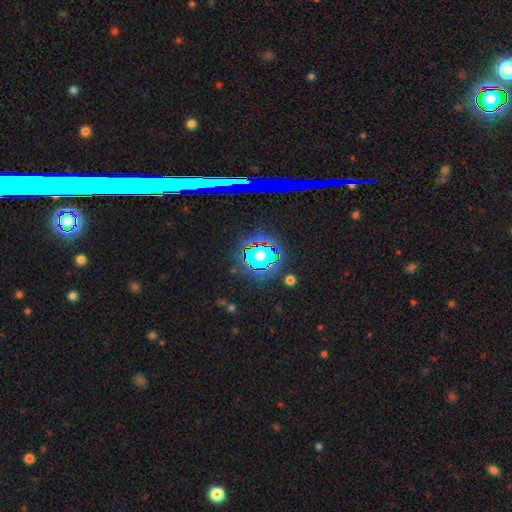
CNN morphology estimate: This appears to be a star or artifact, not a galaxy (77%).